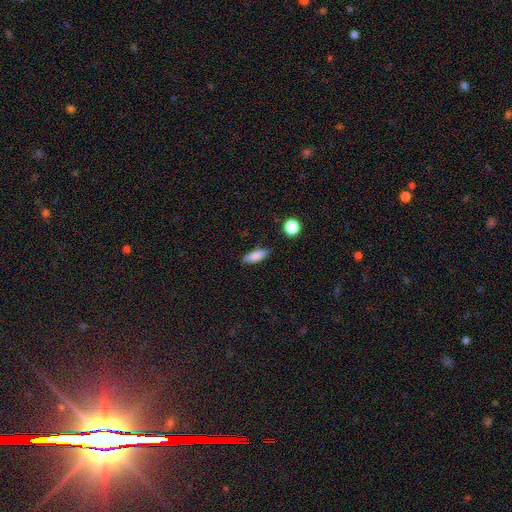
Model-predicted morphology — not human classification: smooth-or-featured: smooth: 85% | star or artifact: 8% | featured or disk: 7%
  how-rounded: in between: 58% | cigar-shaped: 39% | round: 3%
  merging: none: 85% | minor disturbance: 11% | major disturbance: 2% | merger: 2%